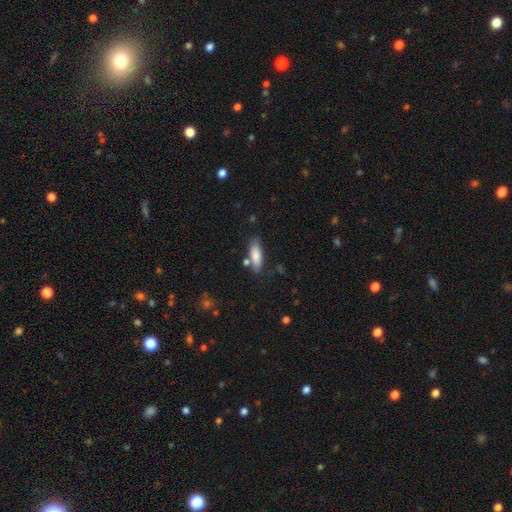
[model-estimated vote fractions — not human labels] Overall: smooth (83%). How rounded: in between (65%; cigar-shaped 33%). Merging: none (72%).